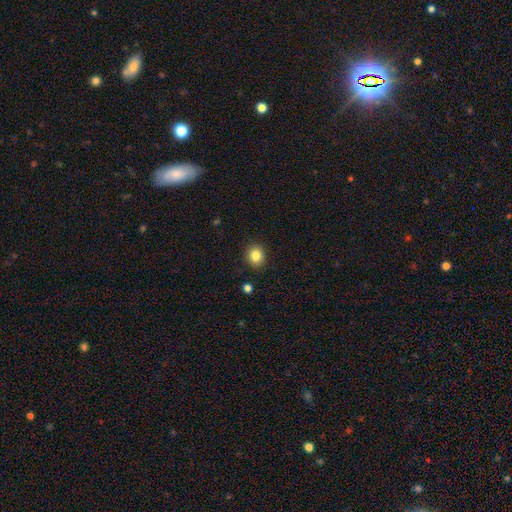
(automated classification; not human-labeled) Overall: smooth (84%). How rounded: round (76%). Merging: none (89%).